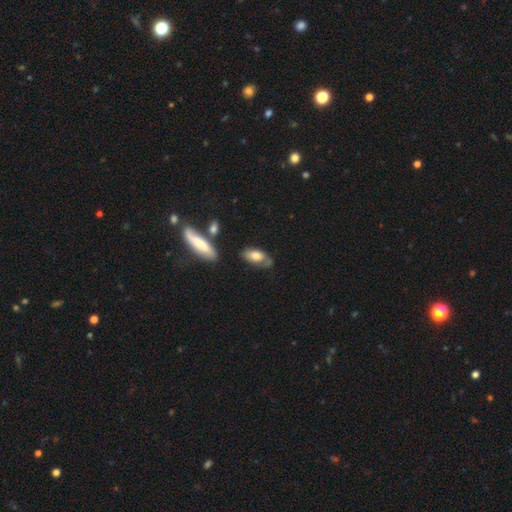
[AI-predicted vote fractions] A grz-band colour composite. It shows a smooth galaxy with no disk features (70%) that is in between round and cigar-shaped (88%). Merging: none (47%).